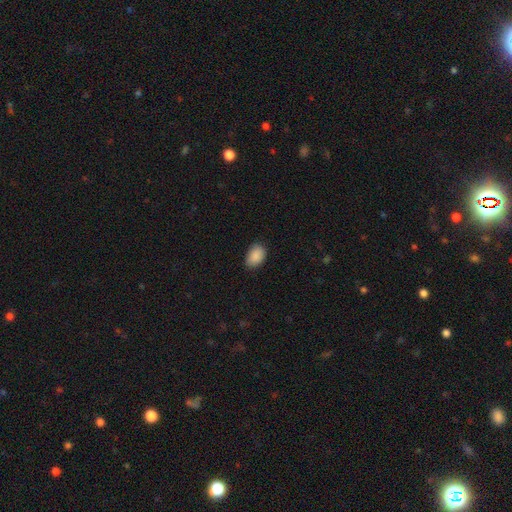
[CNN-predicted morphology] type=smooth (89%); roundness=in between (86%); merging=none (78%).